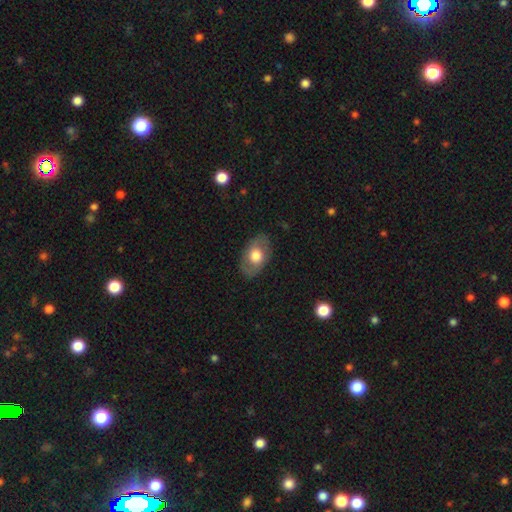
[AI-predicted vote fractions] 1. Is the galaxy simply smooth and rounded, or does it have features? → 57% smooth, 37% featured or disk, 6% star or artifact.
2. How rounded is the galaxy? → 86% in between, 12% round, 1% cigar-shaped.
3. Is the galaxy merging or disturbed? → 83% none, 12% minor disturbance, 4% major disturbance, 1% merger.